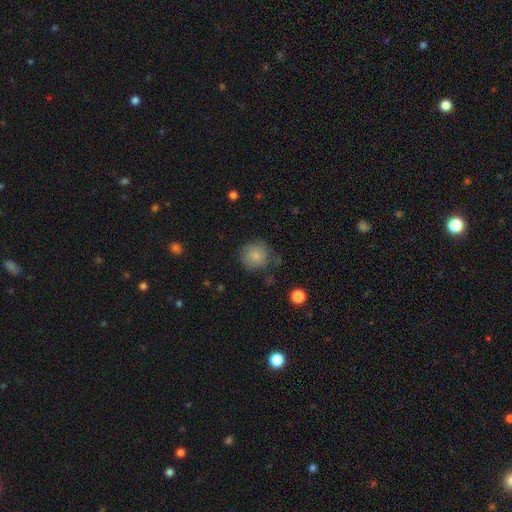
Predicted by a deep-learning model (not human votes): A smooth galaxy with no disk features (79%) that is round (90%).

Vote fractions:
- Smooth or featured? smooth: 79% / featured or disk: 13% / star or artifact: 8%
- How rounded? round: 90% / in between: 9% / cigar-shaped: 1%
- Merging? none: 63% / minor disturbance: 24% / major disturbance: 10% / merger: 3%